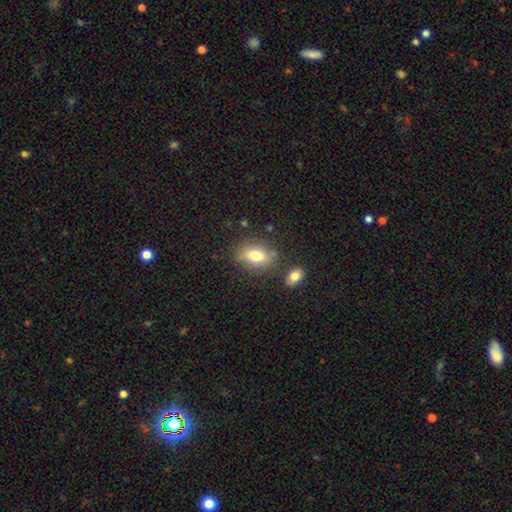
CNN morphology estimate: This appears to be a smooth galaxy with no disk features (75%) that is in between round and cigar-shaped (81%). Merging: none (74%).